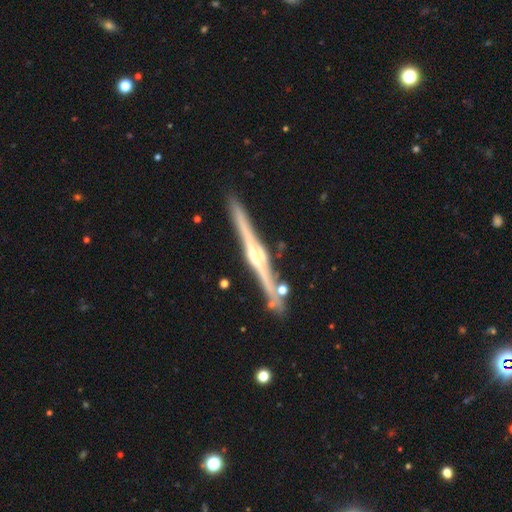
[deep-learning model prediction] The model was most divided on "edge-on bulge": rounded: 78%, boxy: 13%, none: 9%. More confident: edge-on disk — yes (98%); smooth or featured — featured or disk (87%); merging — none (86%).